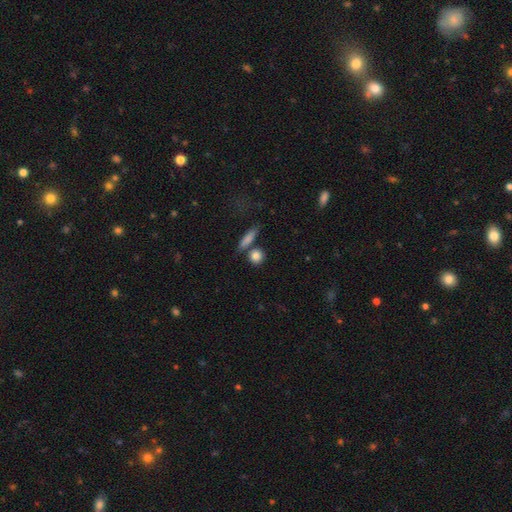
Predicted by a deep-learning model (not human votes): smooth_or_featured: smooth (p=0.85) [alt: star or artifact p=0.08]
how_rounded: round (p=0.77) [alt: in between p=0.16]
merging: none (p=0.69) [alt: merger p=0.18]